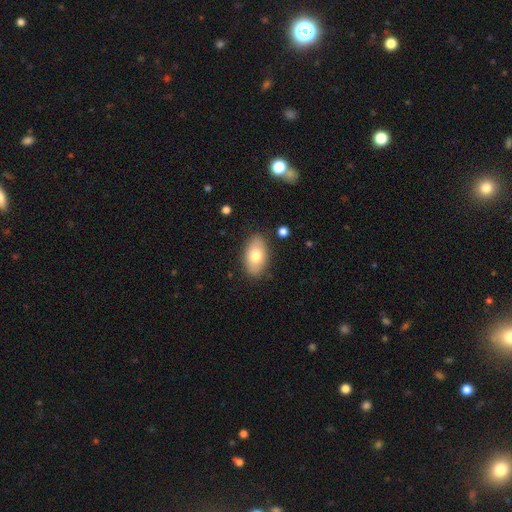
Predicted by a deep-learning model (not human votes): This is likely a smooth galaxy (75%). How rounded: clearly in between (93%). Merging: clearly none (84%).